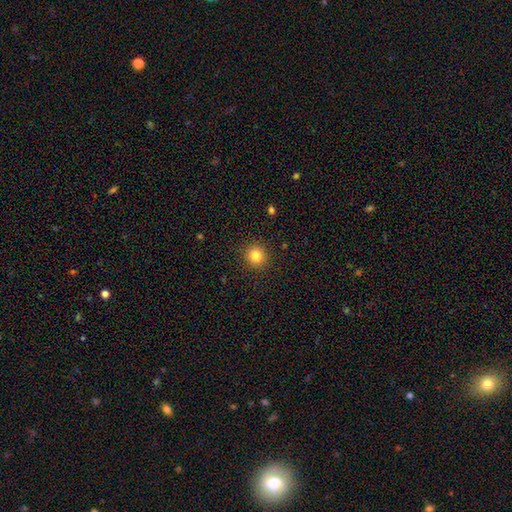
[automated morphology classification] This appears to be a smooth galaxy with no disk features (84%) that is round (91%). Merging: none (91%).